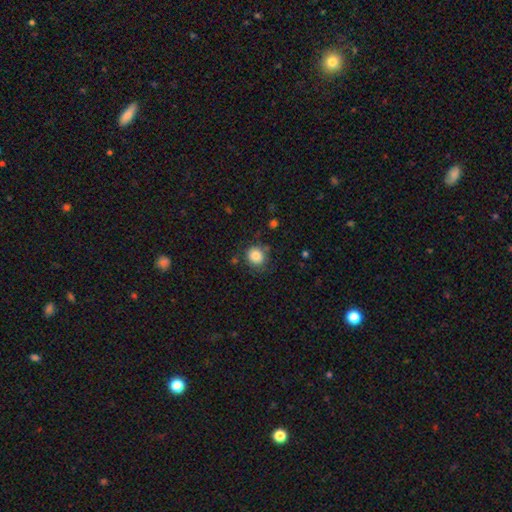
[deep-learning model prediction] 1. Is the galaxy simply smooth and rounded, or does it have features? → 86% smooth, 9% star or artifact, 5% featured or disk.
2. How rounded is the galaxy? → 83% round, 16% in between, 1% cigar-shaped.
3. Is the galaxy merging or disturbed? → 77% none, 15% minor disturbance, 5% major disturbance, 3% merger.